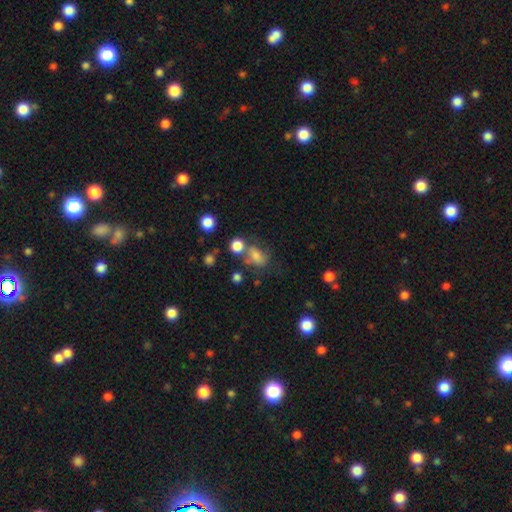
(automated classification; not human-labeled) A smooth galaxy with no disk features (70%) that is in between round and cigar-shaped (67%).

Vote fractions:
- Smooth or featured? smooth: 70% / star or artifact: 17% / featured or disk: 14%
- How rounded? in between: 67% / round: 31% / cigar-shaped: 2%
- Merging? none: 47% / merger: 22% / minor disturbance: 19% / major disturbance: 11%